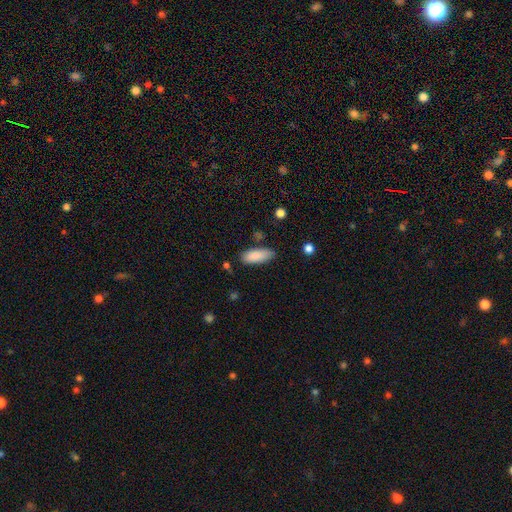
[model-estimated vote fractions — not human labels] This is clearly a smooth galaxy (87%). How rounded: likely in between (73%). Merging: likely none (77%).